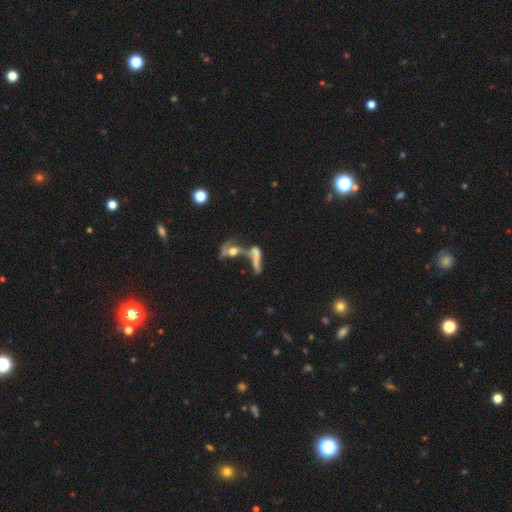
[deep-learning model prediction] Morphology: type=featured or disk (45%); merging=merger (60%).